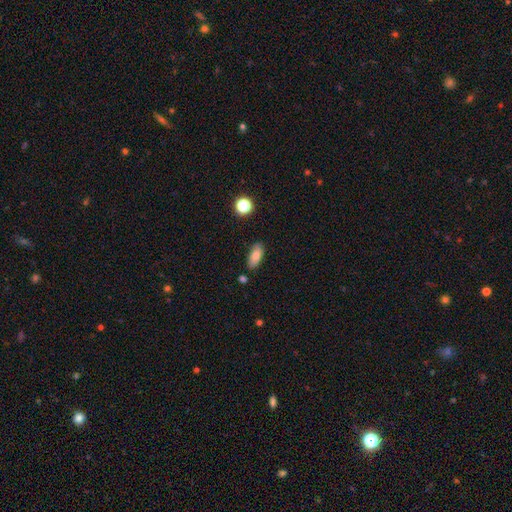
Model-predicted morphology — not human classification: smooth-or-featured: smooth: 80% | featured or disk: 12% | star or artifact: 9%
  how-rounded: in between: 85% | cigar-shaped: 11% | round: 4%
  merging: none: 84% | minor disturbance: 11% | merger: 3% | major disturbance: 2%